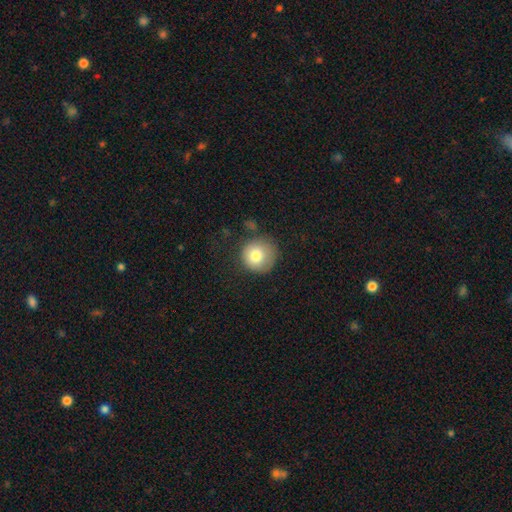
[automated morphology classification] Smooth or featured? smooth (79%)
How rounded? round (92%)
Merging? none (67%)